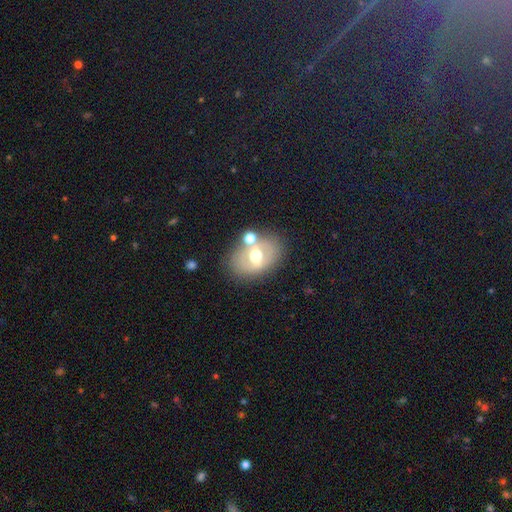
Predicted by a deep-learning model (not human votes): A featured or disk galaxy (52%). Merging: none (65%).